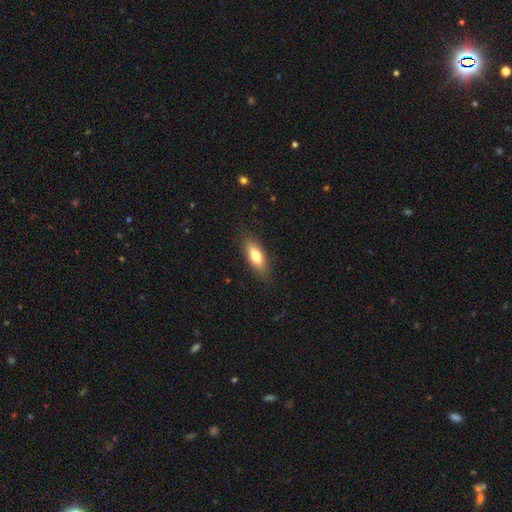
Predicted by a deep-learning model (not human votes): smooth 74%, featured or disk 20%, star or artifact 7%. Down the decision tree: how rounded — in between (67%); merging — none (84%).